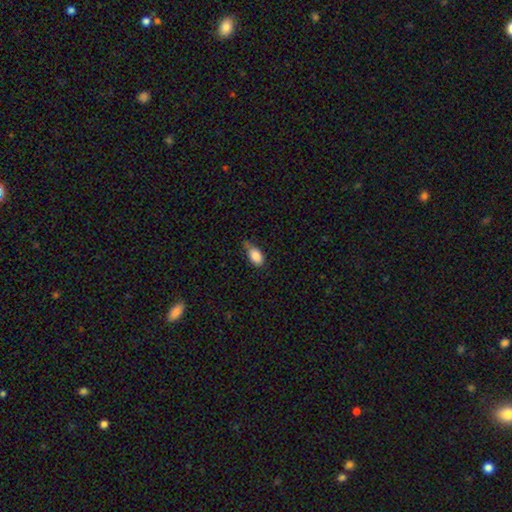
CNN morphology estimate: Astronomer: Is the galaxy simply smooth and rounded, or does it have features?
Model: smooth — 86%.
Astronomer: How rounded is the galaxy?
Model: in between — 92%.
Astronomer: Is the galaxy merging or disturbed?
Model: none — 49% (runner-up: minor disturbance, 39%).